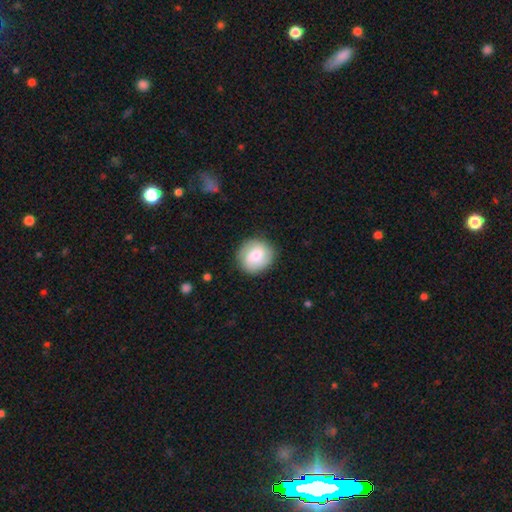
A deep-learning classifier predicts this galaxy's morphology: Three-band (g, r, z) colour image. It shows a smooth galaxy with no disk features (55%) that is round (88%). Merging: none (86%).